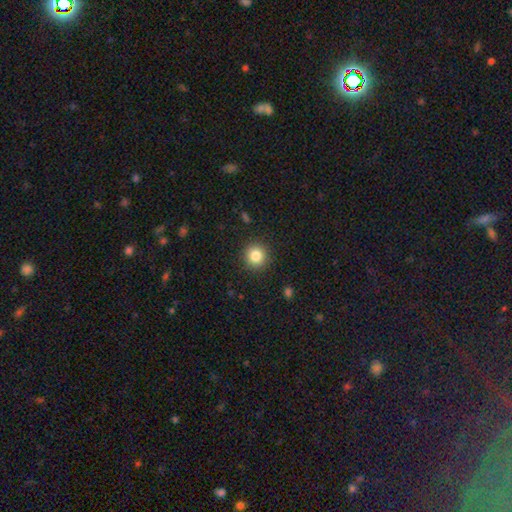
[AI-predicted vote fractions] The model was most divided on "smooth or featured": smooth: 84%, star or artifact: 10%, featured or disk: 6%. More confident: how rounded — round (93%); merging — none (91%).